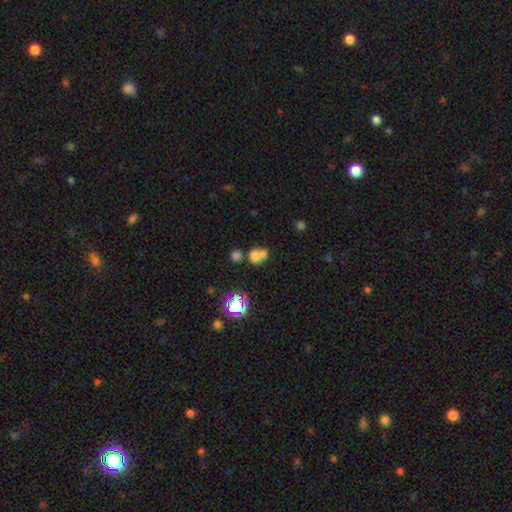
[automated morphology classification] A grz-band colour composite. It shows a smooth galaxy with no disk features (68%) that is round (76%). Merging: merger (54%).